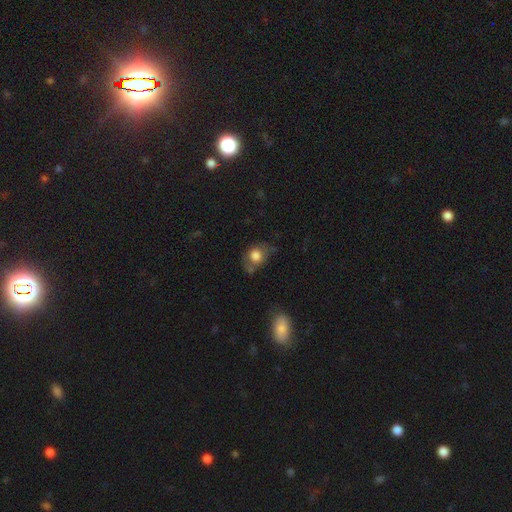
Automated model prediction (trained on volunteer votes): Smooth or featured? Predicted: smooth (p=0.75). How rounded? Predicted: round (p=0.56). Merging? Predicted: none (p=0.53).